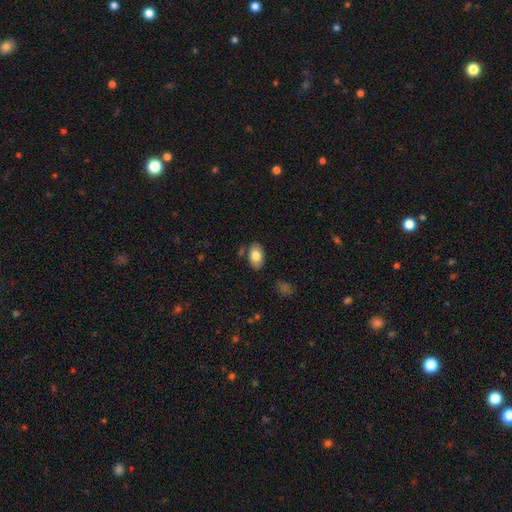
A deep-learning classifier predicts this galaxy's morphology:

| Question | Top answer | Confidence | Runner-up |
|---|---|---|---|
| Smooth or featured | smooth | 81% | featured or disk (13%) |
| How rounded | in between | 92% | round (7%) |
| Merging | none | 82% | minor disturbance (11%) |